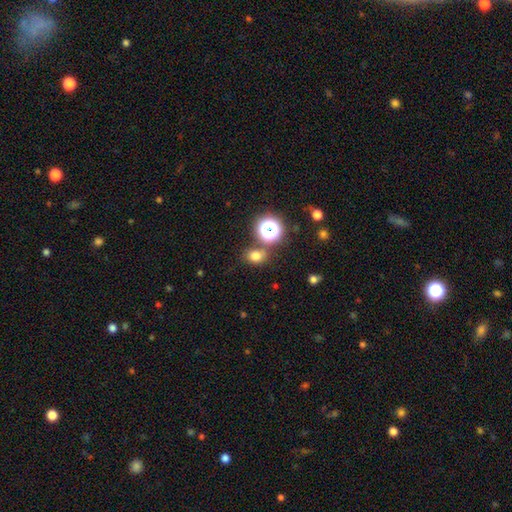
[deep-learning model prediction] The model was most divided on "how rounded": round: 54%, in between: 45%, cigar-shaped: 1%. More confident: merging — none (74%); smooth or featured — smooth (72%).